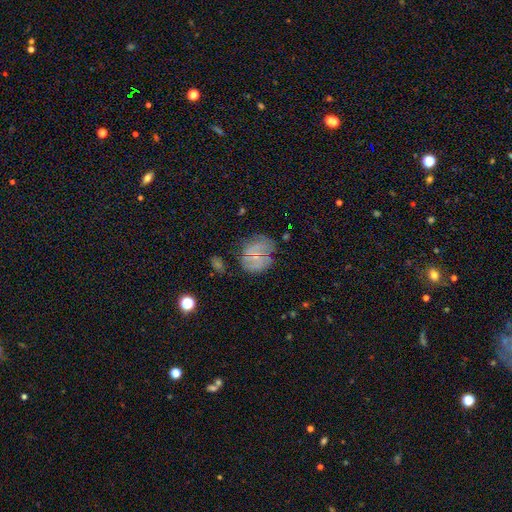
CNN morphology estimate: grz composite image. It shows a featured or disk galaxy (44%). Merging: none (58%).